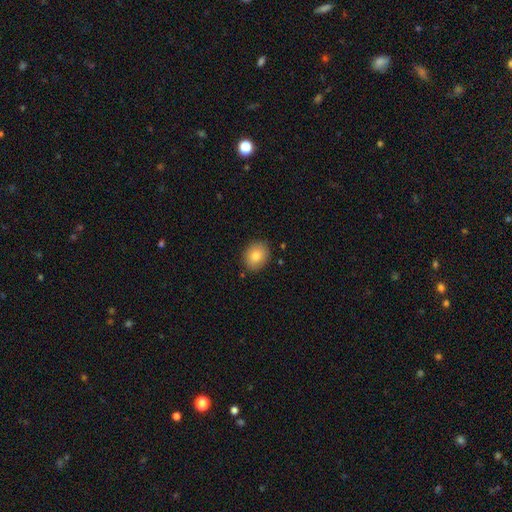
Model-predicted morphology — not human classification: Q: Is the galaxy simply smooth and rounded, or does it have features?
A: smooth — 82%.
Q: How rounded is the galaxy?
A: in between — 52%.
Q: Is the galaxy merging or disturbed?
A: none — 86%.